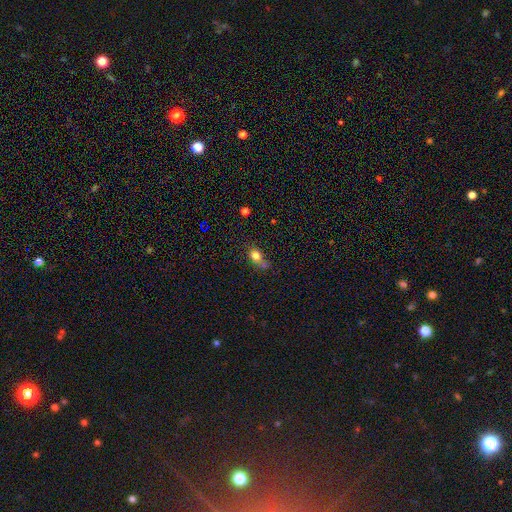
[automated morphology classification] This appears to be a smooth galaxy with no disk features (78%) that is in between round and cigar-shaped (49%). Merging: none (46%).